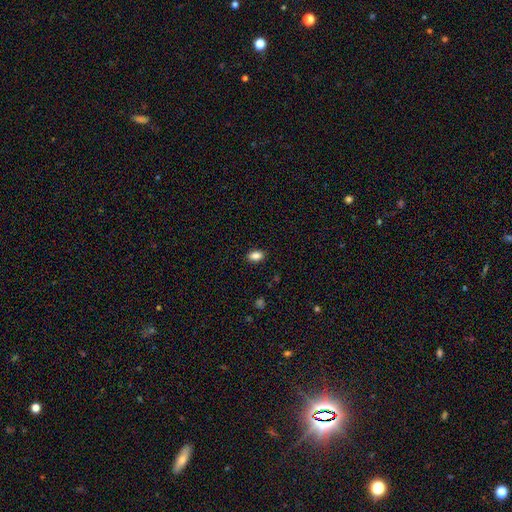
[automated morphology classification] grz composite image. It shows a smooth galaxy with no disk features (86%) that is in between round and cigar-shaped (88%). Merging: none (89%).